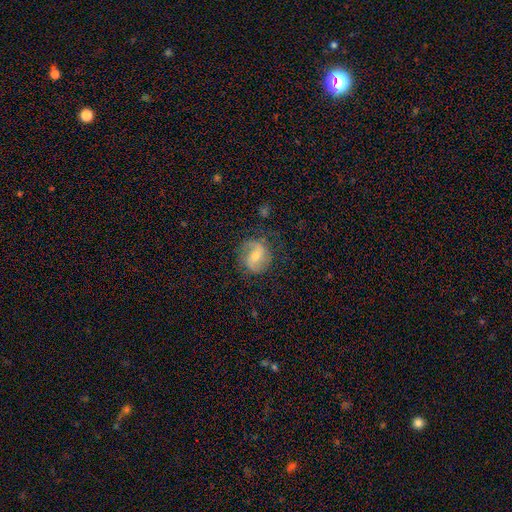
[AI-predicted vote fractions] smooth_or_featured: featured or disk (p=0.61) [alt: smooth p=0.31]
disk_edge_on: no (p=0.97) [alt: yes p=0.03]
bar: weak (p=0.47) [alt: no p=0.31]
has_spiral_arms: yes (p=0.86) [alt: no p=0.14]
spiral_winding: loose (p=0.41) [tied with: medium p=0.41]
spiral_arm_count: 2 (p=0.85) [alt: can't tell p=0.07]
bulge_size: moderate (p=0.53) [alt: small p=0.40]
merging: none (p=0.74) [alt: minor disturbance p=0.17]